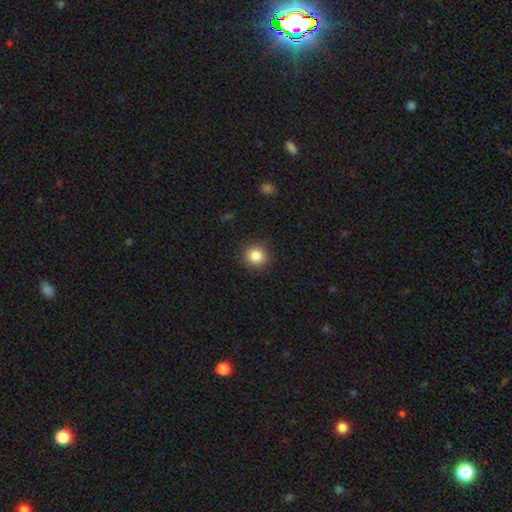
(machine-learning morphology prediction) smooth-or-featured: smooth: 84% | star or artifact: 11% | featured or disk: 5%
  how-rounded: round: 90% | in between: 9% | cigar-shaped: 1%
  merging: none: 89% | minor disturbance: 7% | major disturbance: 2% | merger: 1%